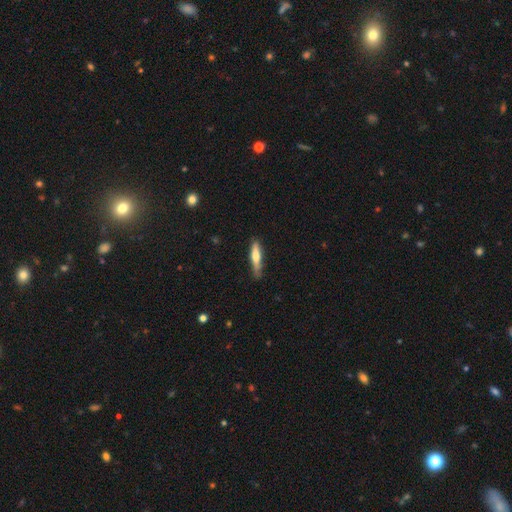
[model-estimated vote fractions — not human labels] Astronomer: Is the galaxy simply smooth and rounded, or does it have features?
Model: smooth — 67%.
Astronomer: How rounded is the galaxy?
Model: cigar-shaped — 81%.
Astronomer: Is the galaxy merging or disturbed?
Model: none — 67%.